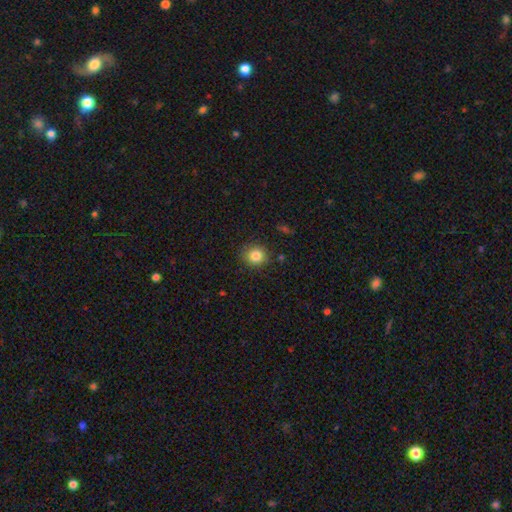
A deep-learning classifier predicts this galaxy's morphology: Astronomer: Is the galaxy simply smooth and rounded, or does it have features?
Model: smooth — 83%.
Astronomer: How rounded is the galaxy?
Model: round — 83%.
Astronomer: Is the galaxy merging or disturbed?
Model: none — 88%.